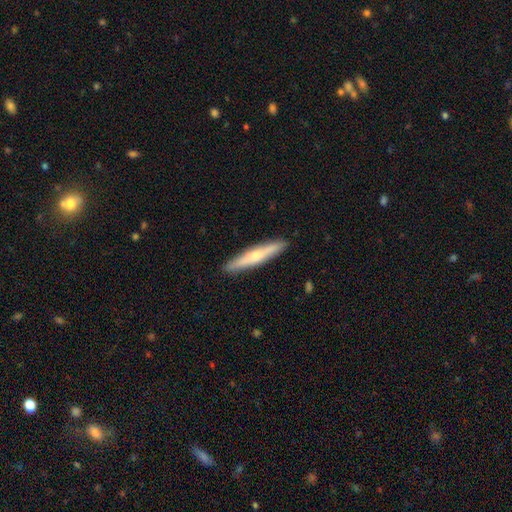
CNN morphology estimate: Smooth or featured? featured or disk (51%)
Edge-on disk? yes (92%)
Merging? none (91%)